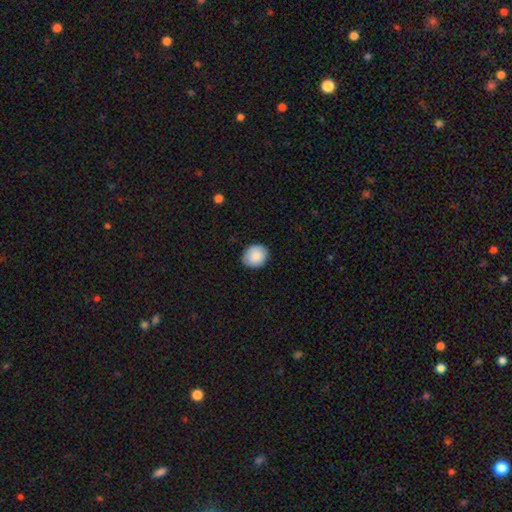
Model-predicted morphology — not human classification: A smooth galaxy with no disk features (88%) that is round (64%).

Vote fractions:
- Smooth or featured? smooth: 88% / star or artifact: 7% / featured or disk: 6%
- How rounded? round: 64% / in between: 35% / cigar-shaped: 1%
- Merging? none: 83% / minor disturbance: 14% / major disturbance: 2% / merger: 1%